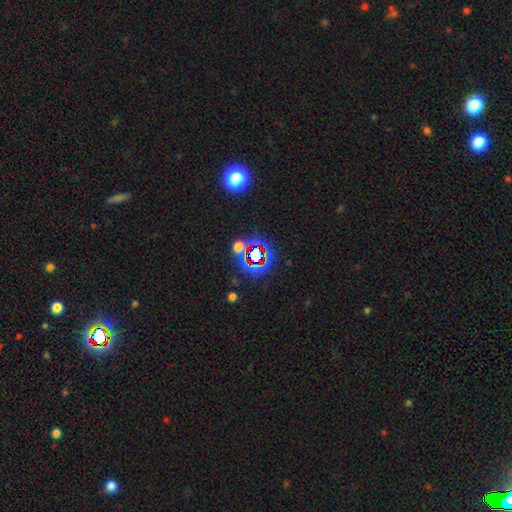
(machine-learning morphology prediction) type=star or artifact (68%).